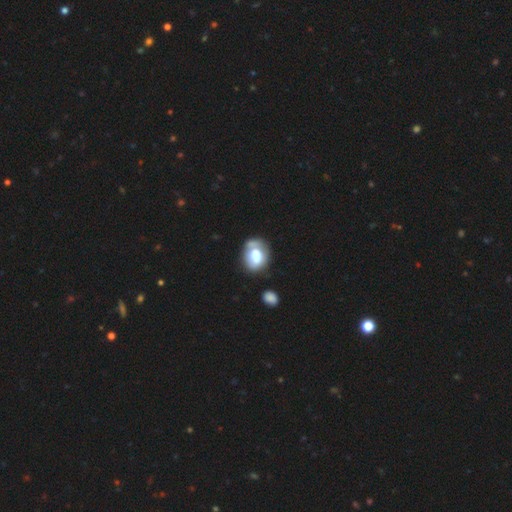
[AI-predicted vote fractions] Smooth or featured: smooth — 62% (featured or disk — 30%)
How rounded: in between — 58% (round — 40%)
Merging: none — 46% (minor disturbance — 27%)